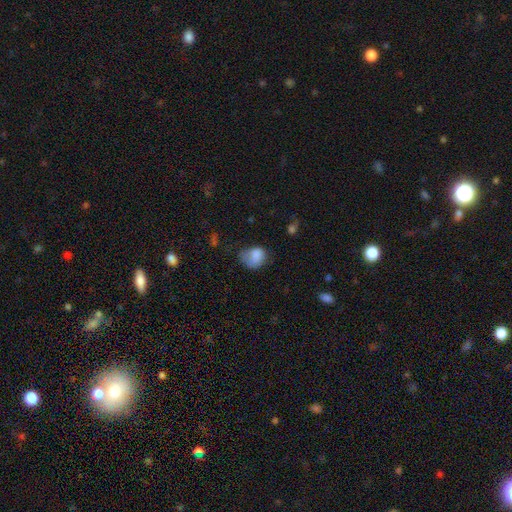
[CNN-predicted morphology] Smooth or featured: smooth — 80% (featured or disk — 10%)
How rounded: in between — 51% (round — 48%)
Merging: none — 37% (minor disturbance — 36%)